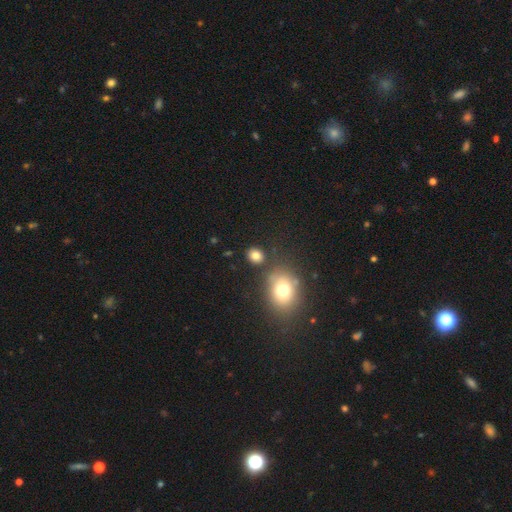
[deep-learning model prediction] smooth_or_featured: smooth (p=0.80) [alt: star or artifact p=0.12]
how_rounded: round (p=0.65) [alt: in between p=0.34]
merging: none (p=0.80) [alt: minor disturbance p=0.10]